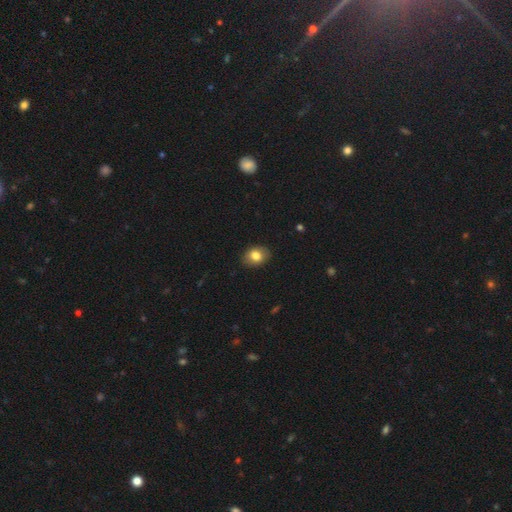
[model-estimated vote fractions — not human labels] smooth 81%, featured or disk 10%, star or artifact 8%. Down the decision tree: how rounded — in between (67%); merging — none (86%).